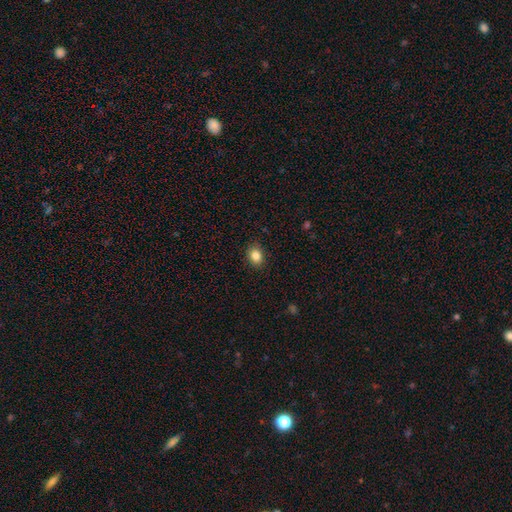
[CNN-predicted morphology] smooth 85%, star or artifact 9%, featured or disk 6%. Down the decision tree: how rounded — in between (59%); merging — none (88%).